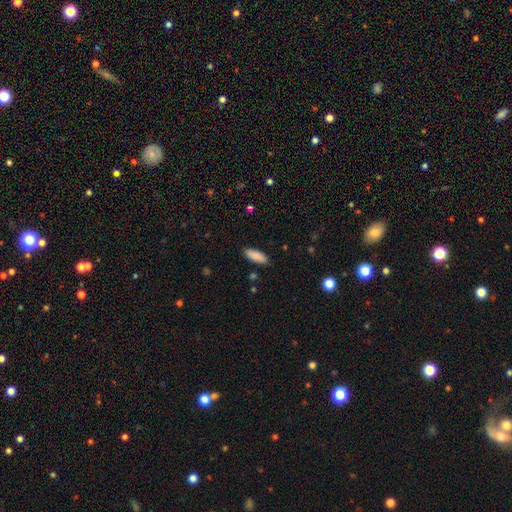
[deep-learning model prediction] This appears to be a smooth galaxy with no disk features (89%) that is in between round and cigar-shaped (73%). Merging: none (86%).